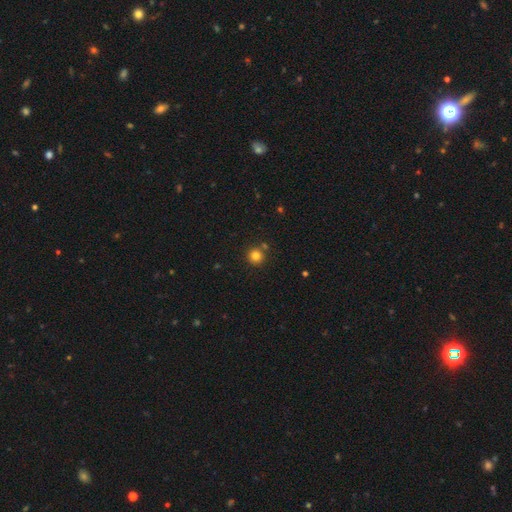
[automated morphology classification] type=smooth (81%); roundness=round (94%); merging=none (83%).